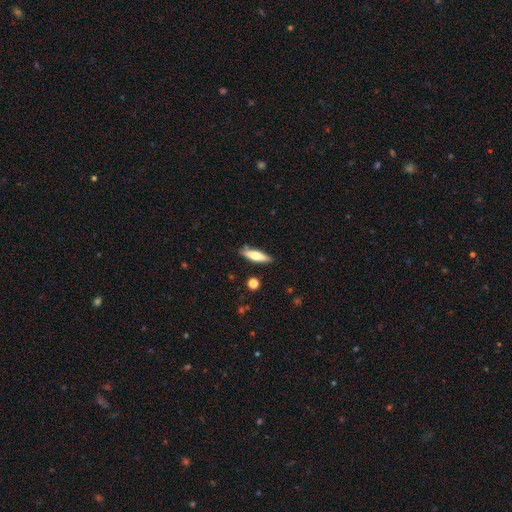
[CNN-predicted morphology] Smooth or featured? smooth (60%)
How rounded? cigar-shaped (66%)
Merging? none (84%)